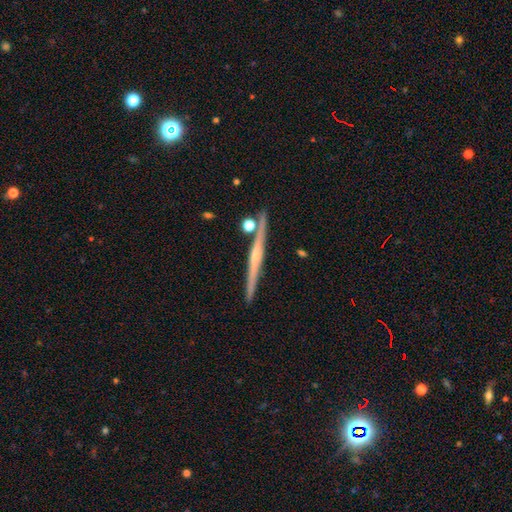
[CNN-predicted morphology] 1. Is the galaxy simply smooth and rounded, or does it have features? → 74% featured or disk, 20% smooth, 6% star or artifact.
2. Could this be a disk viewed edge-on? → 98% yes, 2% no.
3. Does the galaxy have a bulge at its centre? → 48% rounded, 43% none, 9% boxy.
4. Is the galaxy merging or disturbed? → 87% none, 7% minor disturbance, 4% merger, 2% major disturbance.